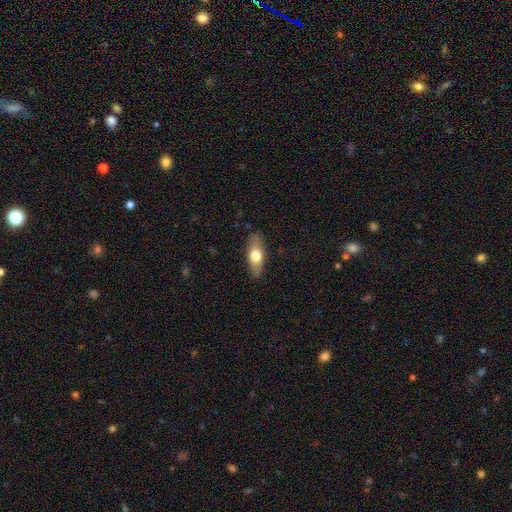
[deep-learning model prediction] smooth 63%, featured or disk 30%, star or artifact 6%. Down the decision tree: how rounded — in between (69%); merging — none (87%).